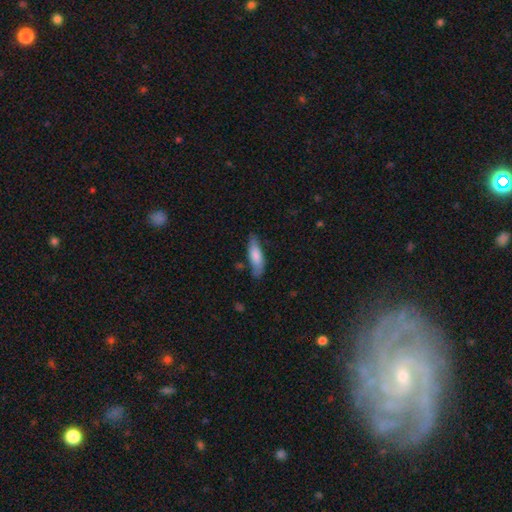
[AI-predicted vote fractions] This appears to be a smooth galaxy with no disk features (76%) that is cigar-shaped (51%). Merging: none (73%).